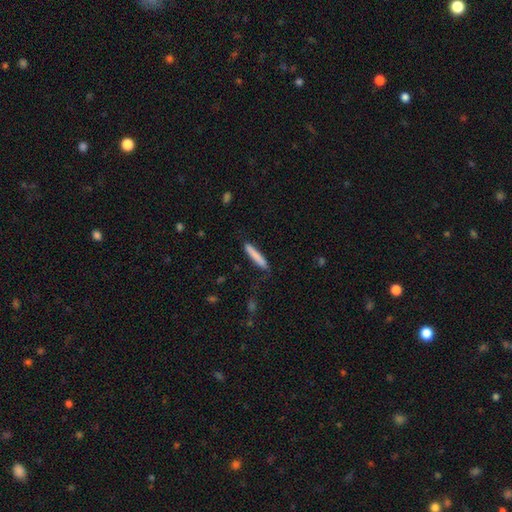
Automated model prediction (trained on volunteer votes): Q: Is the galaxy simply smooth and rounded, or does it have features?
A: smooth — 80%.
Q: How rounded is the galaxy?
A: cigar-shaped — 93%.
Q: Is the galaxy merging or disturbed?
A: none — 80%.